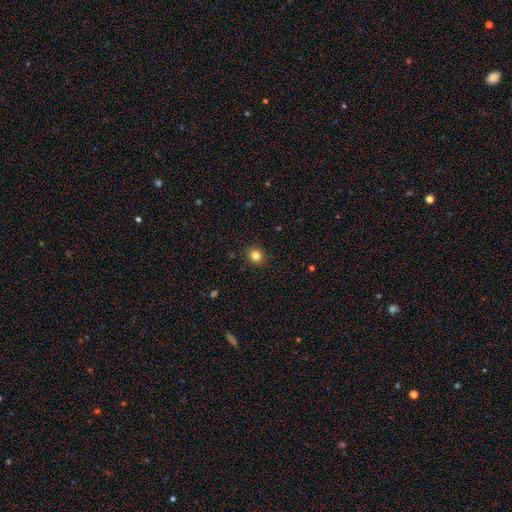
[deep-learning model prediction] smooth 82%, star or artifact 12%, featured or disk 5%. Down the decision tree: how rounded — round (82%); merging — none (91%).